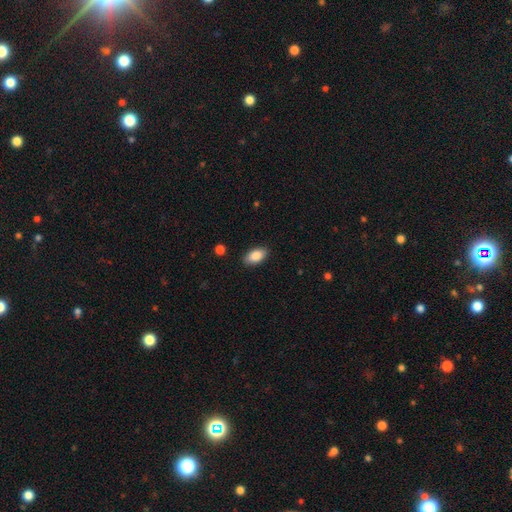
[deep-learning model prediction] smooth-or-featured: smooth: 86% | star or artifact: 7% | featured or disk: 7%
  how-rounded: in between: 93% | round: 4% | cigar-shaped: 3%
  merging: none: 88% | minor disturbance: 8% | major disturbance: 2% | merger: 1%